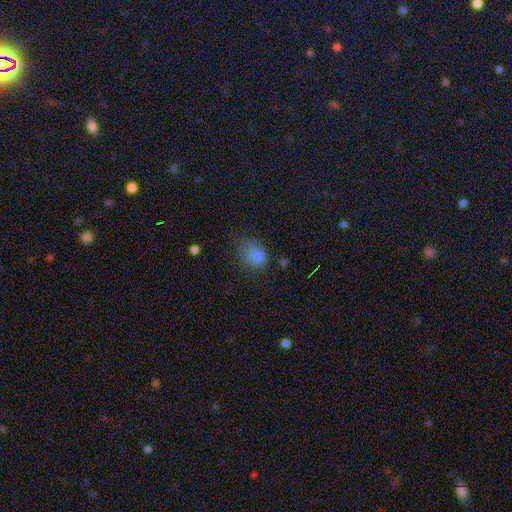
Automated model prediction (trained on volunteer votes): Overall: smooth (79%). How rounded: in between (72%). Merging: none (46%; minor disturbance 33%).